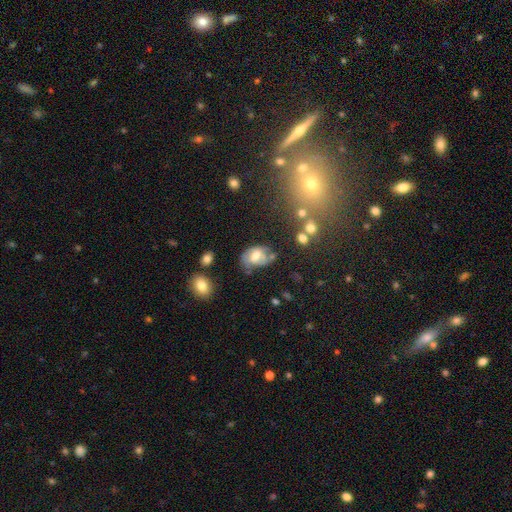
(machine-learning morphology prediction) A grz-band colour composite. It shows a smooth galaxy with no disk features (46%). Merging: none (48%).